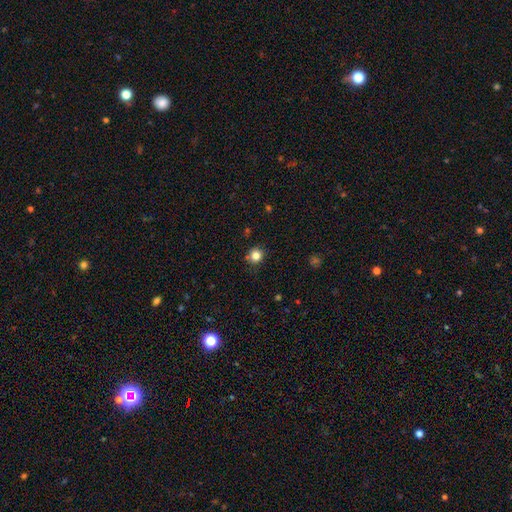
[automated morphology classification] A smooth galaxy with no disk features (82%) that is round (89%).

Vote fractions:
- Smooth or featured? smooth: 82% / star or artifact: 13% / featured or disk: 5%
- How rounded? round: 89% / in between: 10% / cigar-shaped: 1%
- Merging? none: 83% / minor disturbance: 12% / merger: 3% / major disturbance: 2%